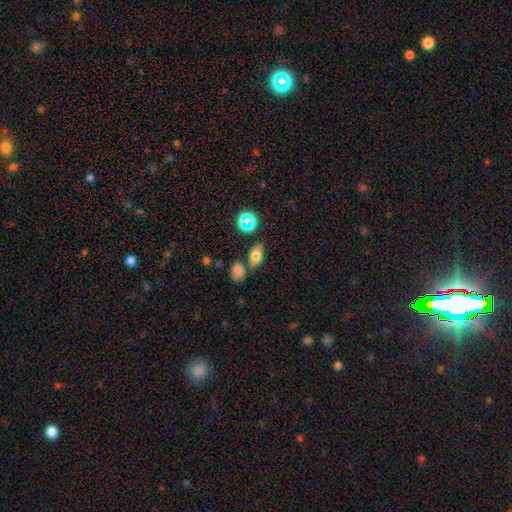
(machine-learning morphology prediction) Smooth or featured? smooth (71%)
How rounded? in between (85%)
Merging? none (73%)